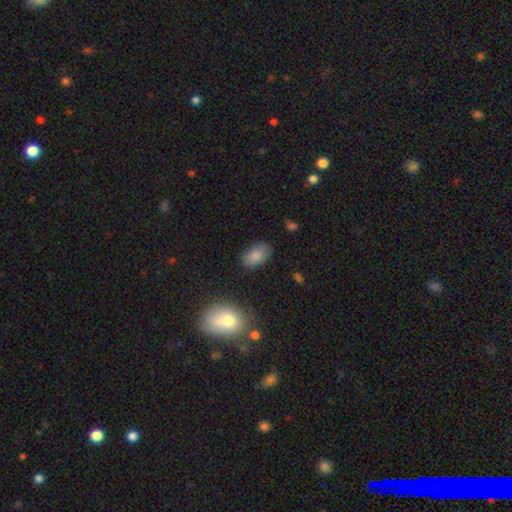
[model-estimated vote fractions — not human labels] The model was most divided on "merging": none: 83%, minor disturbance: 12%, major disturbance: 3%, merger: 2%. More confident: how rounded — in between (92%); smooth or featured — smooth (84%).